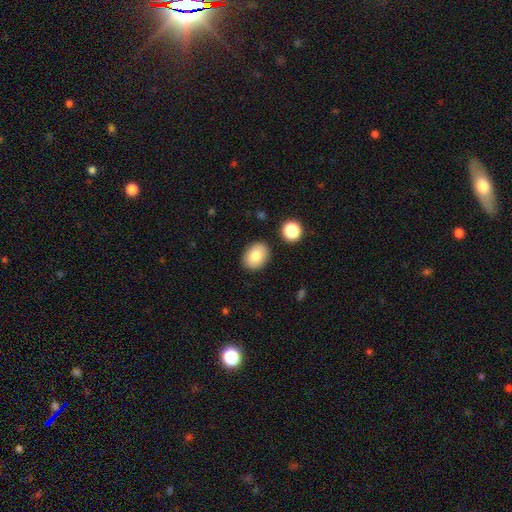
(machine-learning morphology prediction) The model was most divided on "how rounded": in between: 62%, round: 37%, cigar-shaped: 1%. More confident: merging — none (87%); smooth or featured — smooth (81%).